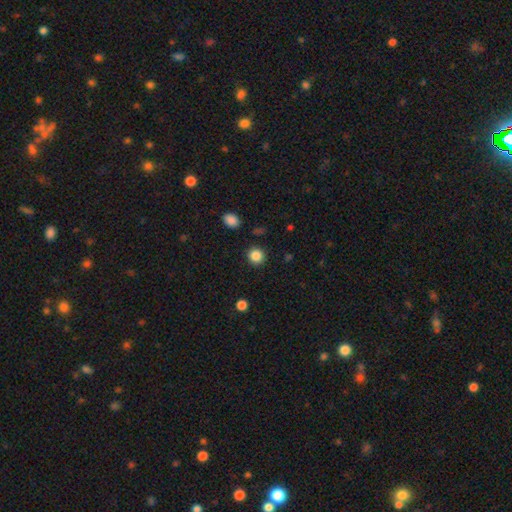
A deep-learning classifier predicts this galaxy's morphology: Smooth or featured? Predicted: smooth (p=0.86). How rounded? Predicted: round (p=0.91). Merging? Predicted: none (p=0.89).